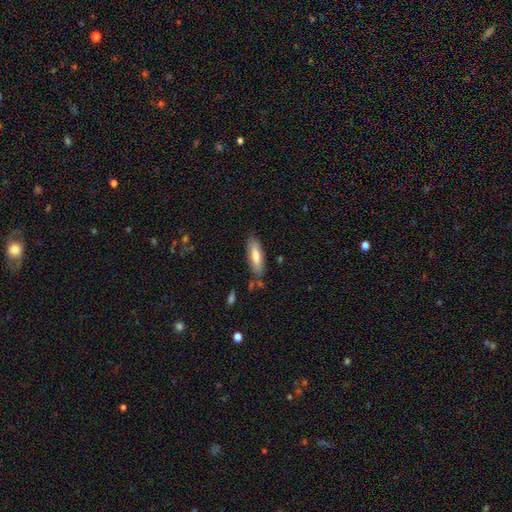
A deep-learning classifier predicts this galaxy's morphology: type=smooth (69%); roundness=in between (54%); merging=none (79%).